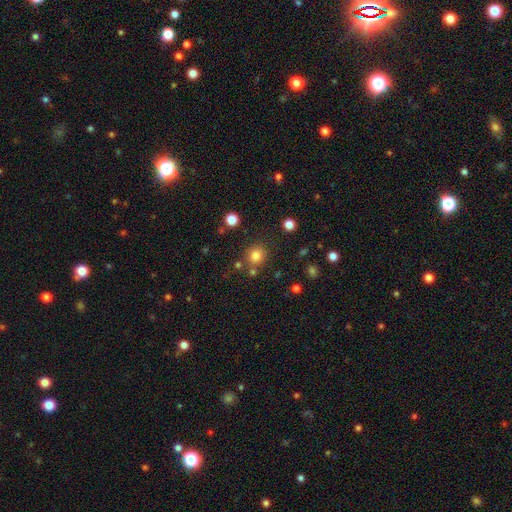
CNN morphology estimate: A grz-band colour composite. It shows a smooth galaxy with no disk features (80%) that is round (87%). Merging: none (81%).